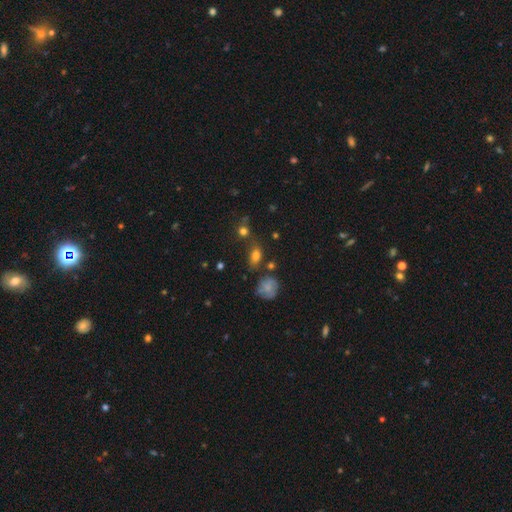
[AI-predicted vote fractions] A smooth galaxy with no disk features (69%) that is in between round and cigar-shaped (65%). Merging: none (67%).